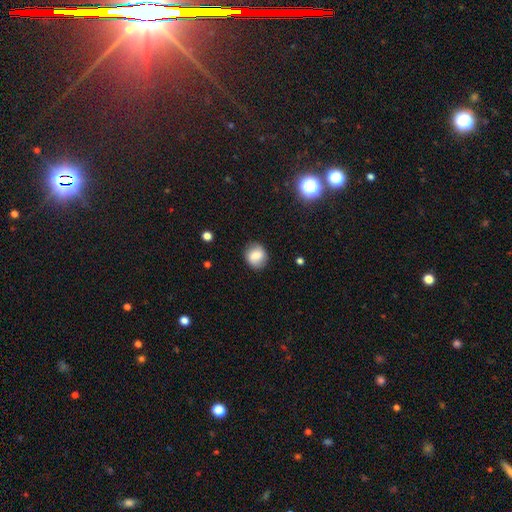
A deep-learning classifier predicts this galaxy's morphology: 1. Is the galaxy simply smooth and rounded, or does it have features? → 75% smooth, 16% featured or disk, 9% star or artifact.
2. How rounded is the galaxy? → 73% round, 26% in between, 1% cigar-shaped.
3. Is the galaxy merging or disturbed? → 84% none, 11% minor disturbance, 3% major disturbance, 1% merger.